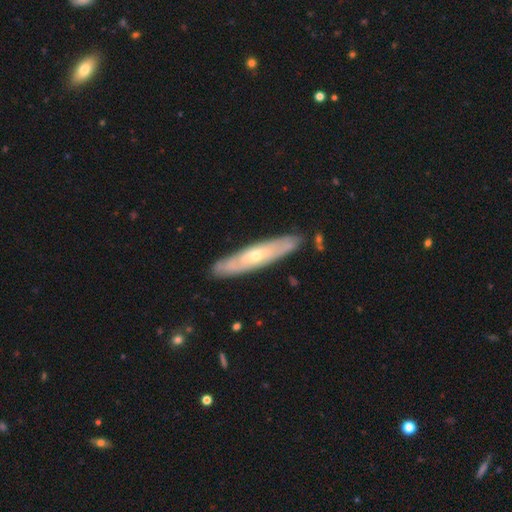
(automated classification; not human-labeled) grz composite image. It shows a featured or disk galaxy (67%) viewed edge-on (52%). Merging: none (84%).